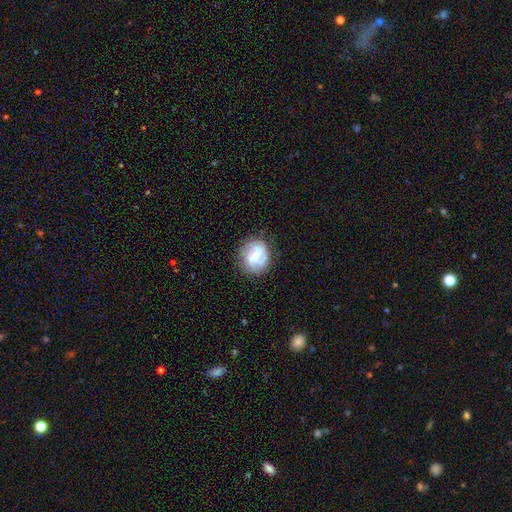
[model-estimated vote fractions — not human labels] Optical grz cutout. It shows a featured or disk galaxy (50%). Merging: none (72%).